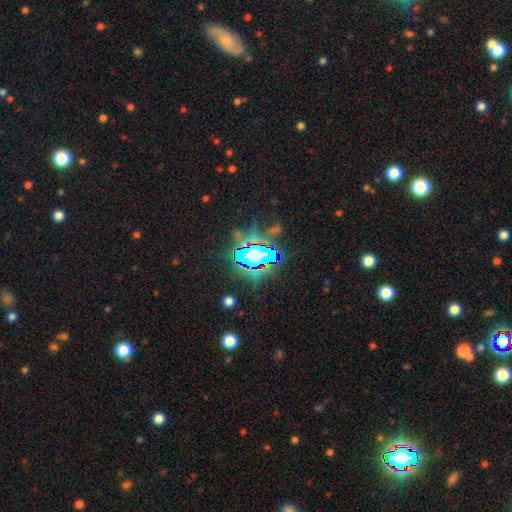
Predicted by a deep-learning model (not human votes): star or artifact 76%, smooth 13%, featured or disk 11%.